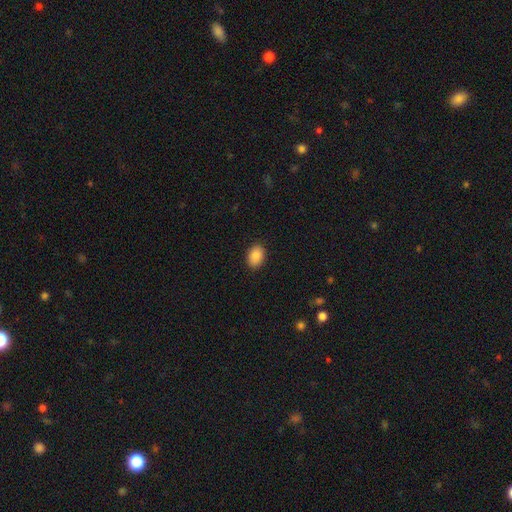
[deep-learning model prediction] Overall: smooth (89%). How rounded: in between (81%). Merging: none (90%).